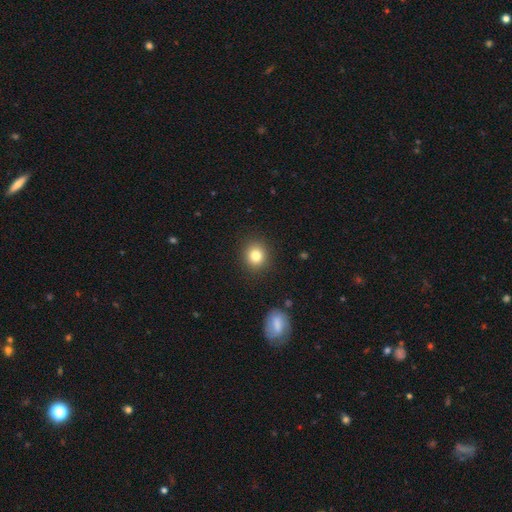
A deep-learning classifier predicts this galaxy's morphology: This is clearly a smooth galaxy (82%). How rounded: clearly round (82%). Merging: clearly none (89%).